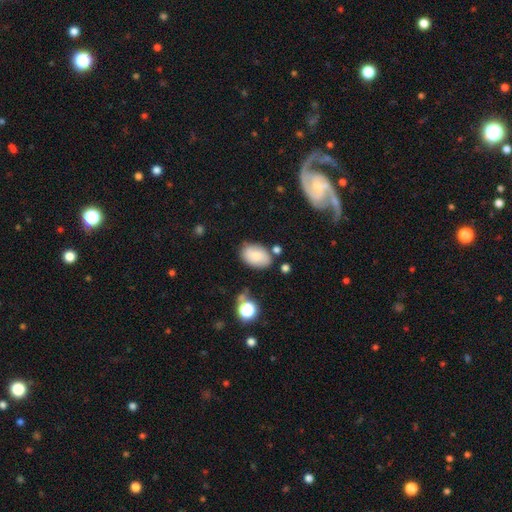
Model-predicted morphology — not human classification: Smooth or featured? Predicted: smooth (p=0.79). How rounded? Predicted: in between (p=0.88). Merging? Predicted: none (p=0.71).